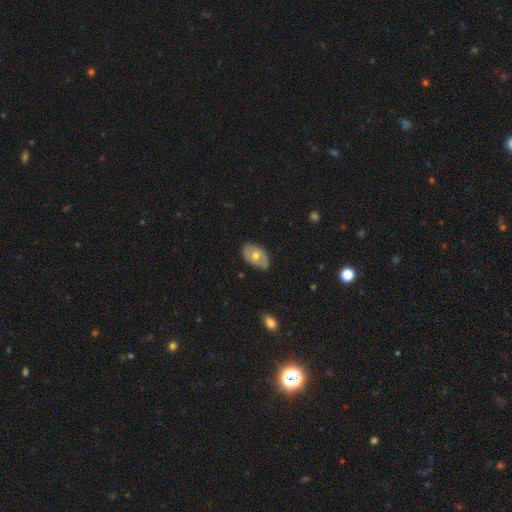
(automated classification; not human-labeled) The model was most divided on "smooth or featured": smooth: 49%, featured or disk: 44%, star or artifact: 7%. More confident: merging — none (73%).